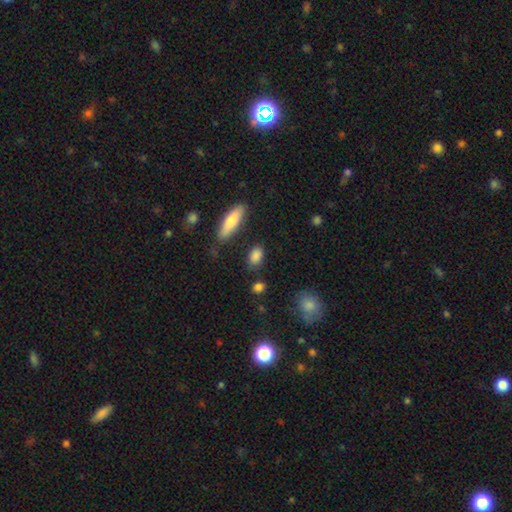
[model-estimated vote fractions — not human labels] A smooth galaxy with no disk features (86%) that is in between round and cigar-shaped (83%).

Vote fractions:
- Smooth or featured? smooth: 86% / star or artifact: 8% / featured or disk: 6%
- How rounded? in between: 83% / round: 10% / cigar-shaped: 7%
- Merging? none: 78% / minor disturbance: 14% / merger: 4% / major disturbance: 4%